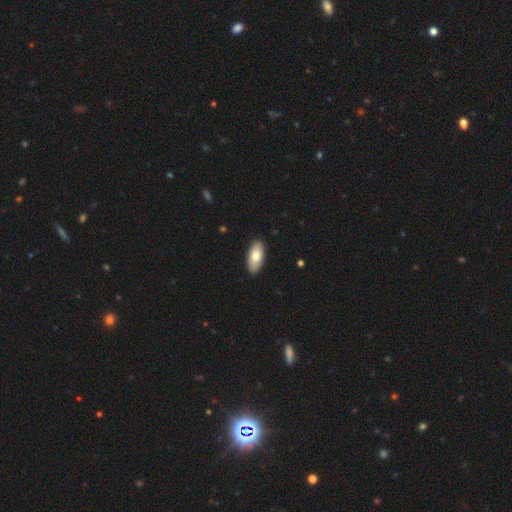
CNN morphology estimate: Smooth or featured? smooth (78%)
How rounded? in between (90%)
Merging? none (90%)